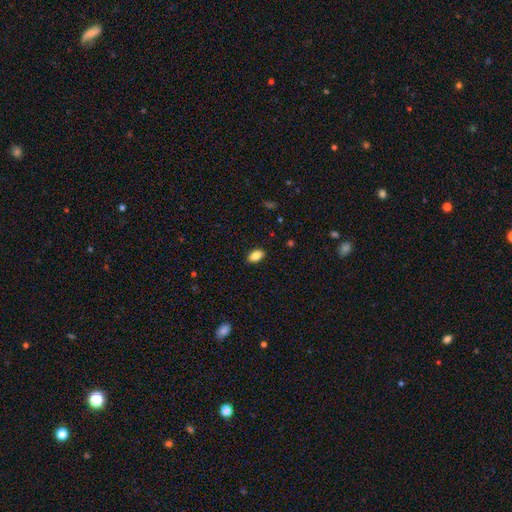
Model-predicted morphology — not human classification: Smooth or featured: smooth — 86% (star or artifact — 8%)
How rounded: in between — 91% (round — 7%)
Merging: none — 88% (minor disturbance — 9%)